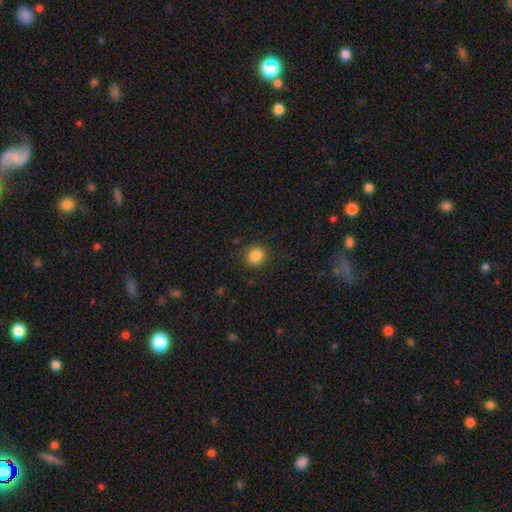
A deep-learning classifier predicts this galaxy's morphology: smooth-or-featured: smooth: 86% | star or artifact: 10% | featured or disk: 4%
  how-rounded: round: 81% | in between: 18% | cigar-shaped: 1%
  merging: none: 88% | minor disturbance: 8% | major disturbance: 3% | merger: 1%